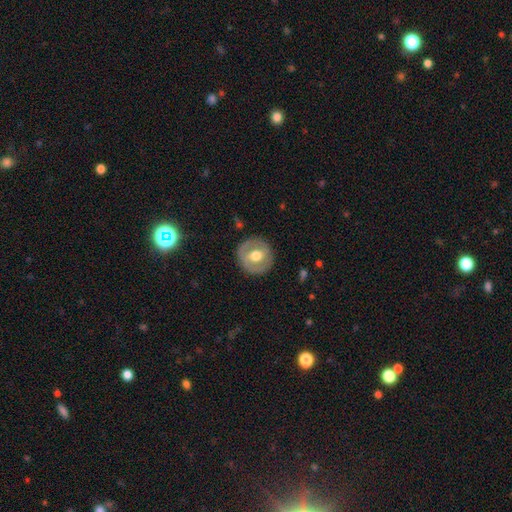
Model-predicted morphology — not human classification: Smooth or featured? Predicted: featured or disk (p=0.48). Merging? Predicted: none (p=0.86).